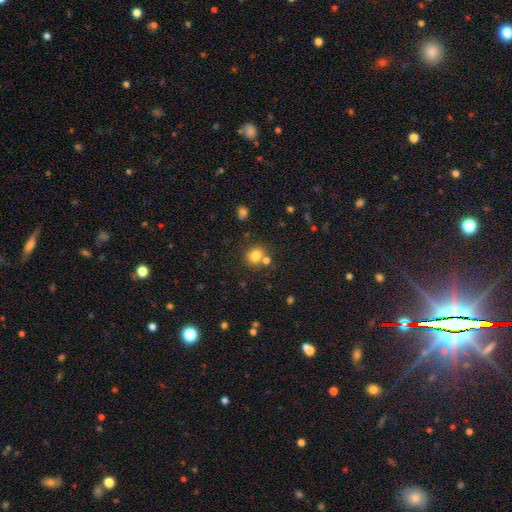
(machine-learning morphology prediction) Smooth or featured: smooth — 80% (star or artifact — 13%)
How rounded: round — 80% (in between — 19%)
Merging: none — 66% (merger — 21%)